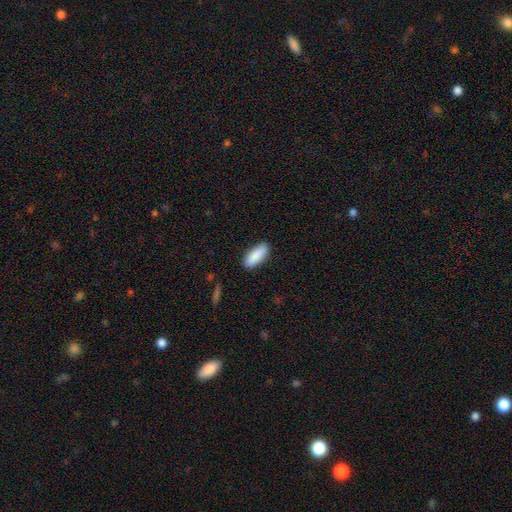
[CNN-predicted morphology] This is clearly a smooth galaxy (89%). How rounded: likely in between (74%). Merging: clearly none (88%).